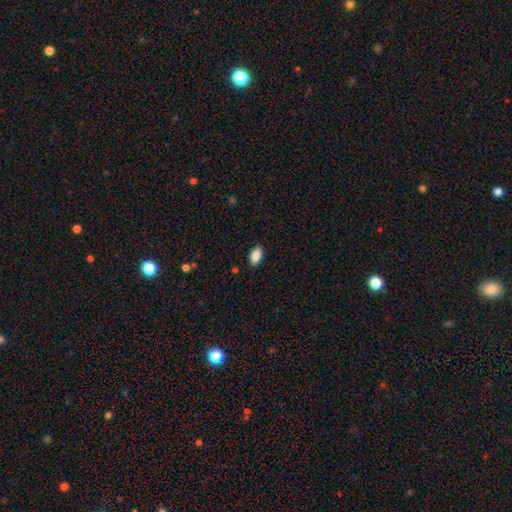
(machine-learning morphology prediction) Smooth or featured?
  - smooth: 86% *
  - star or artifact: 7%
  - featured or disk: 7%
How rounded?
  - in between: 92% *
  - round: 4%
  - cigar-shaped: 3%
Merging?
  - none: 88% *
  - minor disturbance: 9%
  - major disturbance: 2%
  - merger: 1%